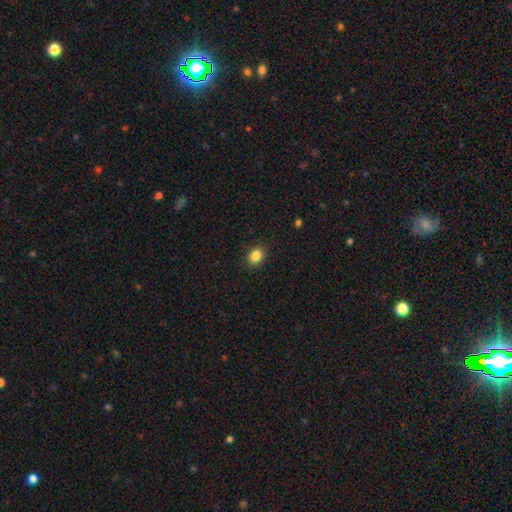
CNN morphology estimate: Smooth or featured?
  - smooth: 86% *
  - star or artifact: 10%
  - featured or disk: 4%
How rounded?
  - in between: 62% *
  - round: 37%
  - cigar-shaped: 1%
Merging?
  - none: 90% *
  - minor disturbance: 7%
  - major disturbance: 2%
  - merger: 1%